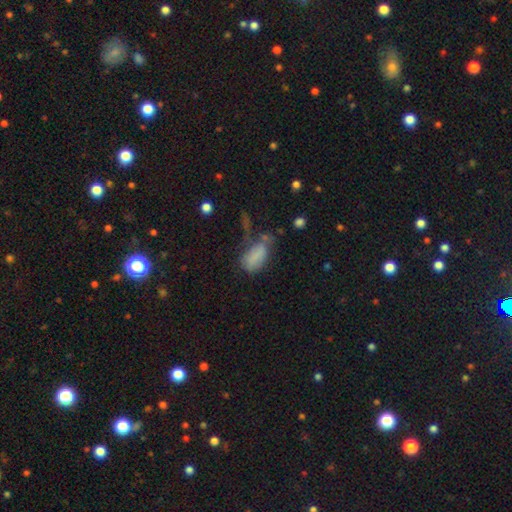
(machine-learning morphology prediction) smooth_or_featured: smooth (p=0.76) [alt: featured or disk p=0.14]
how_rounded: in between (p=0.90) [alt: cigar-shaped p=0.05]
merging: none (p=0.33) [alt: minor disturbance p=0.27]